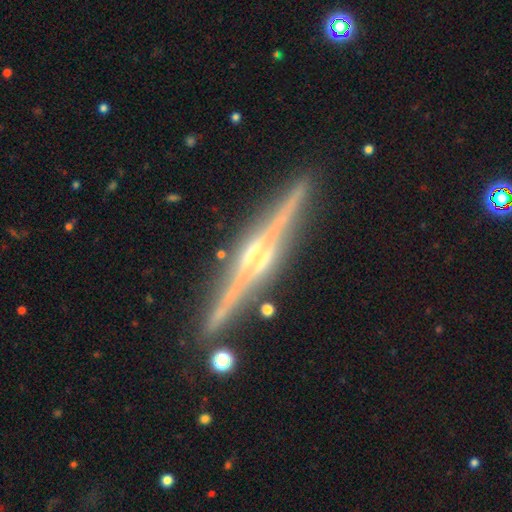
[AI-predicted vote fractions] Overall: featured or disk (89%). Edge-on disk: yes (98%). Edge-on bulge: rounded (74%). Merging: none (91%).